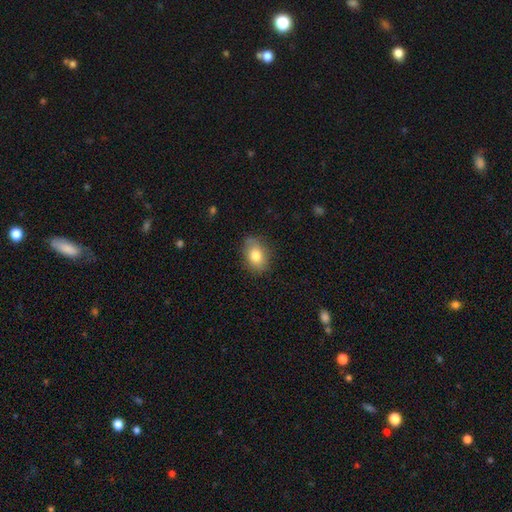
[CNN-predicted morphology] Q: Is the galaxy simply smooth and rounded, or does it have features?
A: smooth — 80%.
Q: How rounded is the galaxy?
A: in between — 78%.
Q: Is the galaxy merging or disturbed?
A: none — 81%.